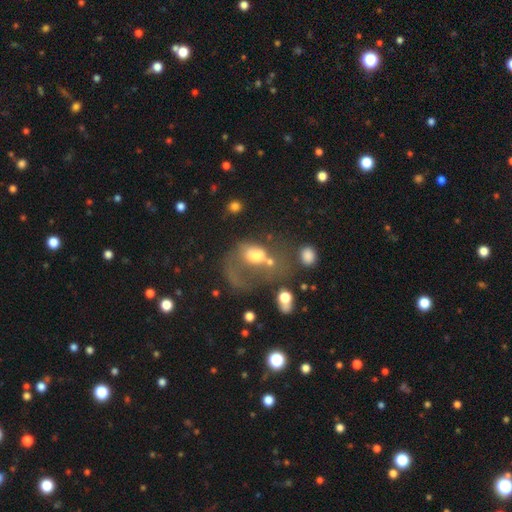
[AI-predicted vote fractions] Morphology: type=featured or disk (44%); merging=major disturbance (48%).